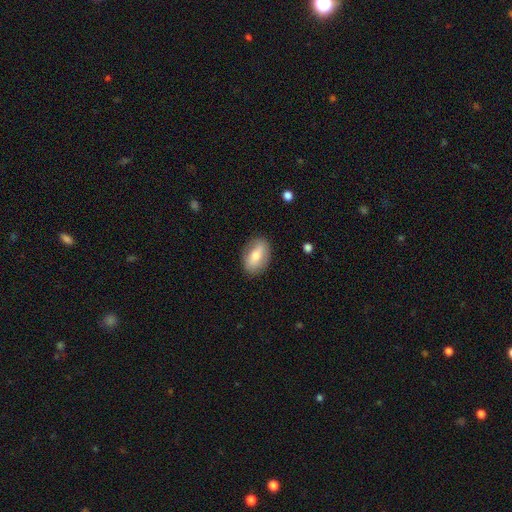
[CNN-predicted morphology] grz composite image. It shows a smooth galaxy with no disk features (65%) that is in between round and cigar-shaped (87%). Merging: none (83%).